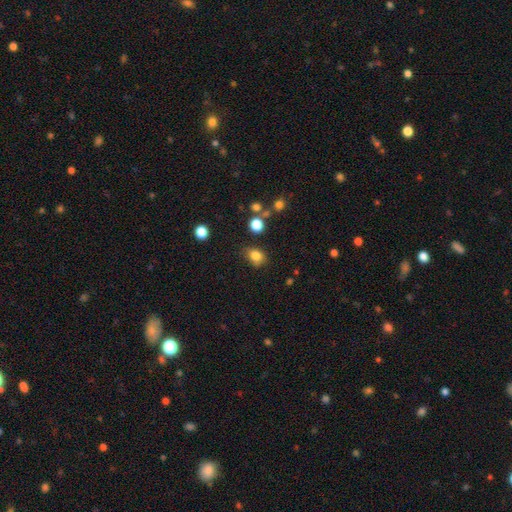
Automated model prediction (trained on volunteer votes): smooth-or-featured: smooth: 82% | star or artifact: 12% | featured or disk: 6%
  how-rounded: in between: 53% | round: 46% | cigar-shaped: 1%
  merging: none: 74% | minor disturbance: 18% | major disturbance: 4% | merger: 4%